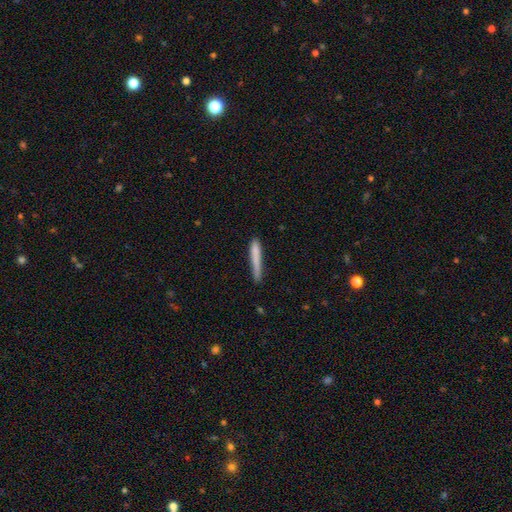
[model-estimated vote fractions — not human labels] smooth-or-featured: smooth: 78% | featured or disk: 16% | star or artifact: 6%
  how-rounded: cigar-shaped: 95% | in between: 4% | round: 1%
  merging: none: 74% | minor disturbance: 19% | major disturbance: 4% | merger: 2%